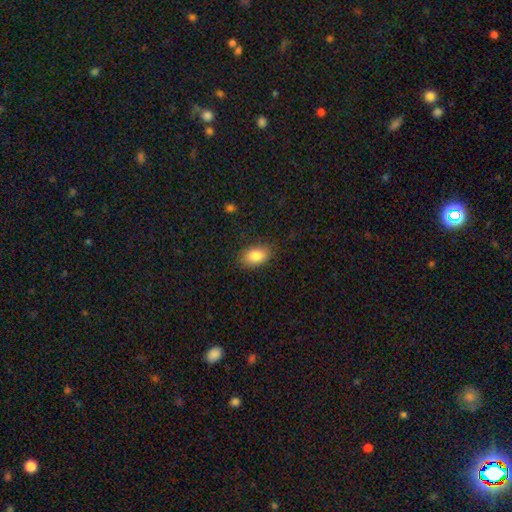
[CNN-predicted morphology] A smooth galaxy with no disk features (84%) that is in between round and cigar-shaped (87%).

Vote fractions:
- Smooth or featured? smooth: 84% / featured or disk: 8% / star or artifact: 8%
- How rounded? in between: 87% / round: 11% / cigar-shaped: 2%
- Merging? none: 84% / minor disturbance: 12% / major disturbance: 3% / merger: 1%